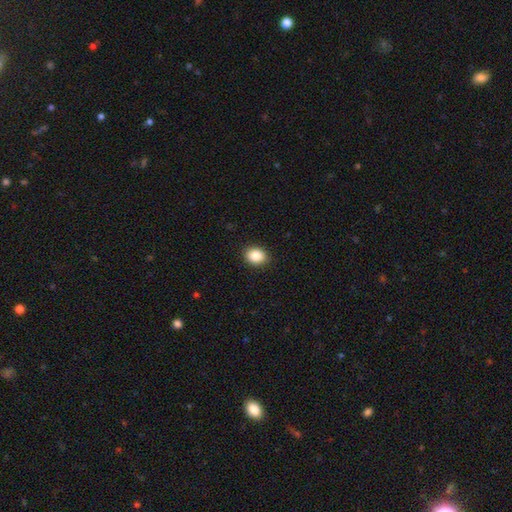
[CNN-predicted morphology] Smooth or featured? smooth (86%)
How rounded? in between (54%)
Merging? none (90%)